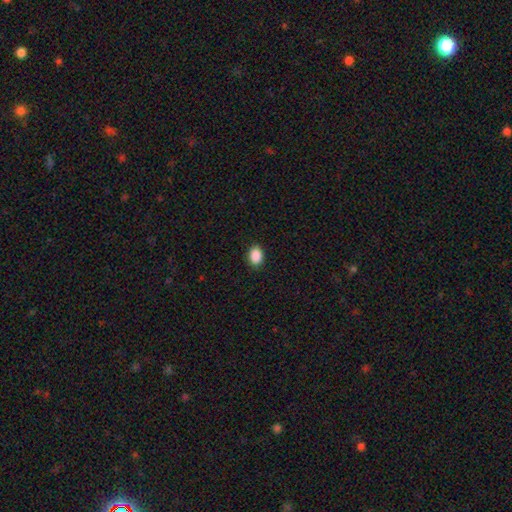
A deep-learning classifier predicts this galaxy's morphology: This appears to be a smooth galaxy with no disk features (90%) that is in between round and cigar-shaped (74%). Merging: none (89%).